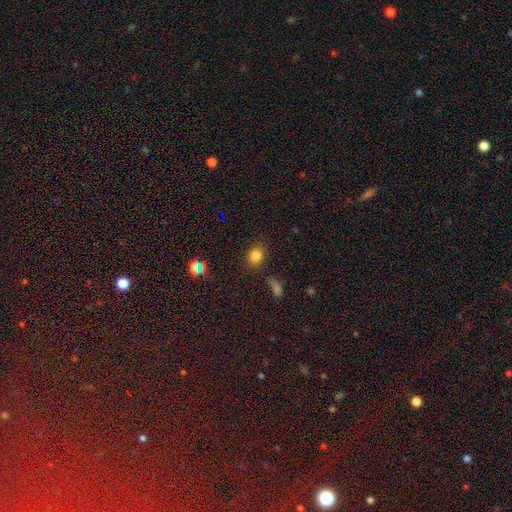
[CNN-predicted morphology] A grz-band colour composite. It shows a smooth galaxy with no disk features (79%) that is round (63%). Merging: none (80%).